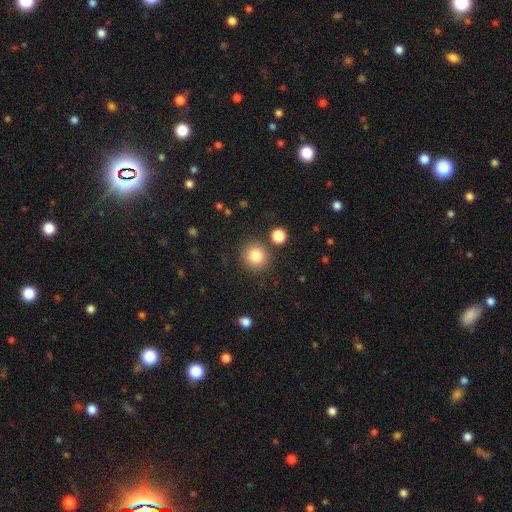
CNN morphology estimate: Overall: smooth (84%). How rounded: round (92%). Merging: none (84%).